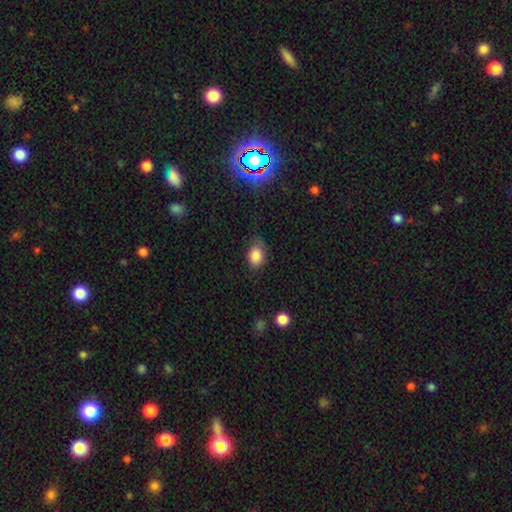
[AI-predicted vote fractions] The model was most divided on "how rounded": in between: 65%, round: 34%, cigar-shaped: 1%. More confident: smooth or featured — smooth (85%); merging — none (64%).